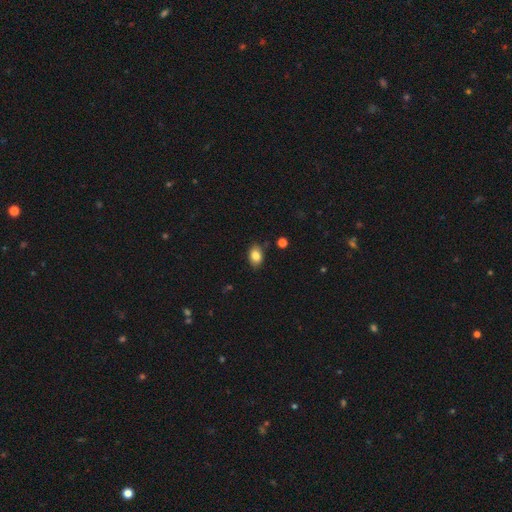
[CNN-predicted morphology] Smooth or featured? smooth (84%)
How rounded? in between (80%)
Merging? none (83%)